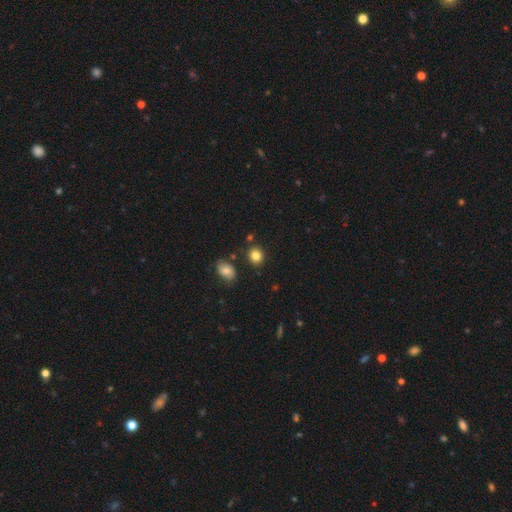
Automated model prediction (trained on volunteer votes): A smooth galaxy with no disk features (83%) that is round (71%). Merging: none (83%).